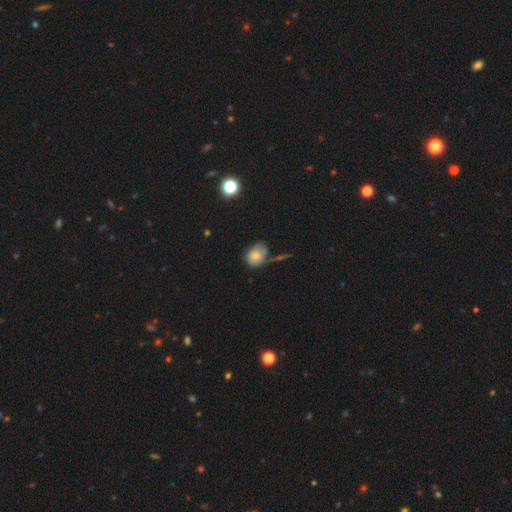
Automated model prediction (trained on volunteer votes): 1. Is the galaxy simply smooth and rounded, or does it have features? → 74% smooth, 16% featured or disk, 10% star or artifact.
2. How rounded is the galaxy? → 50% round, 49% in between, 1% cigar-shaped.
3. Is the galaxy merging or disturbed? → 50% none, 28% minor disturbance, 12% merger, 10% major disturbance.